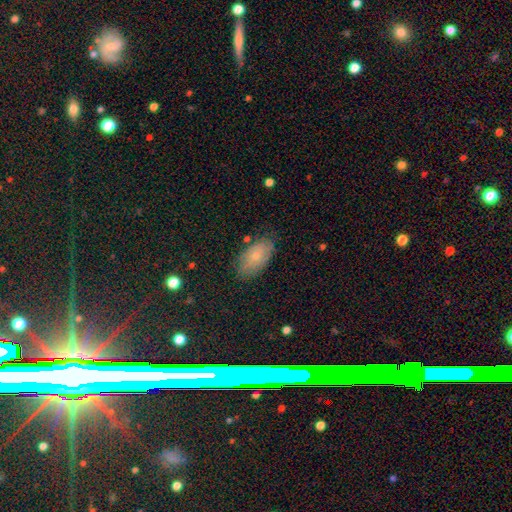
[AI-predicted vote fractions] Overall: smooth (68%). How rounded: in between (94%). Merging: none (78%).